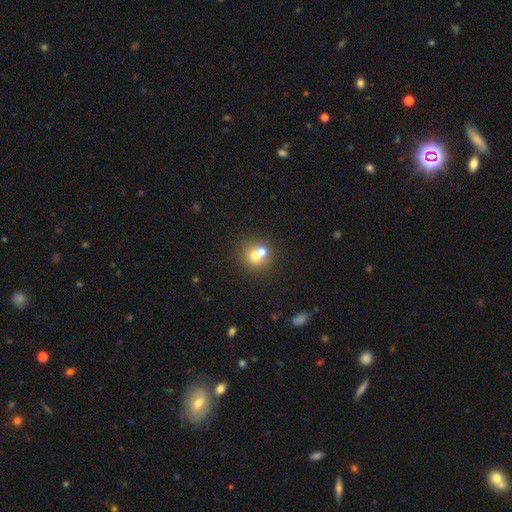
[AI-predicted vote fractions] smooth 66%, featured or disk 20%, star or artifact 14%. Down the decision tree: how rounded — round (86%); merging — merger (48%).